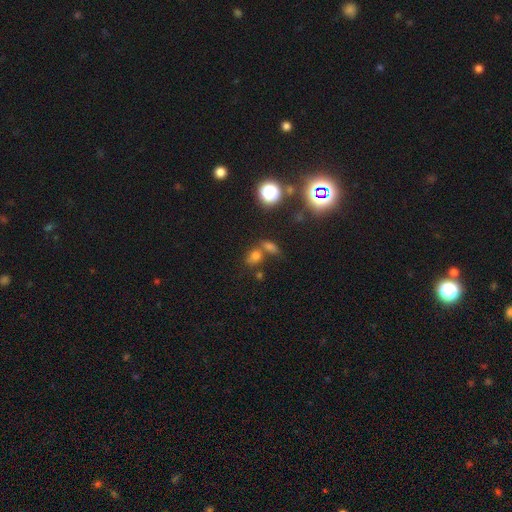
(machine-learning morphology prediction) Q: Smooth or featured?
A: smooth (65%); runner-up: star or artifact (25%)
Q: How rounded?
A: in between (58%); runner-up: round (39%)
Q: Merging?
A: none (48%); runner-up: merger (36%)